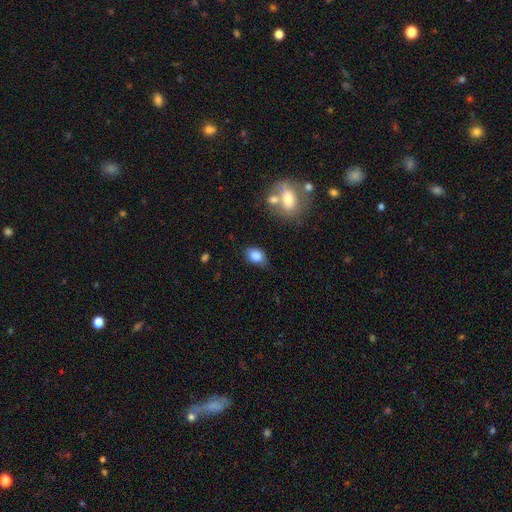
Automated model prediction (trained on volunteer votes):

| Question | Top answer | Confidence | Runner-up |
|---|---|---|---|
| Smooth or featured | smooth | 85% | star or artifact (9%) |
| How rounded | in between | 77% | round (21%) |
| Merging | none | 62% | minor disturbance (27%) |